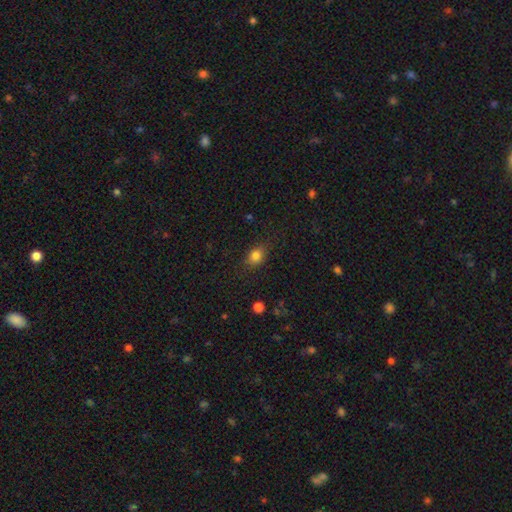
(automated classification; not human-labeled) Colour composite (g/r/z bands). It shows a smooth galaxy with no disk features (82%) that is in between round and cigar-shaped (59%). Merging: none (80%).